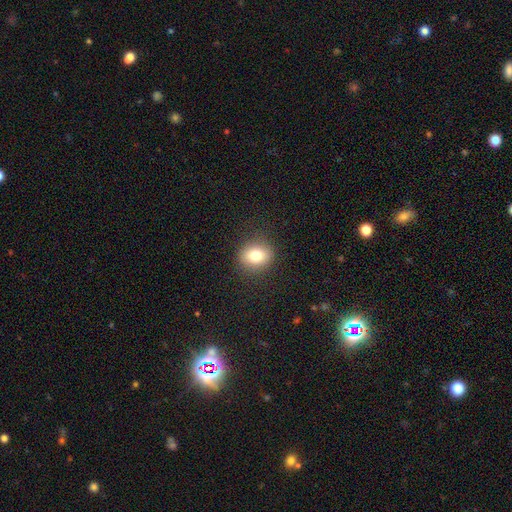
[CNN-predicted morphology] A smooth galaxy with no disk features (79%) that is round (64%).

Vote fractions:
- Smooth or featured? smooth: 79% / star or artifact: 11% / featured or disk: 10%
- How rounded? round: 64% / in between: 35% / cigar-shaped: 1%
- Merging? none: 88% / minor disturbance: 8% / major disturbance: 3% / merger: 1%